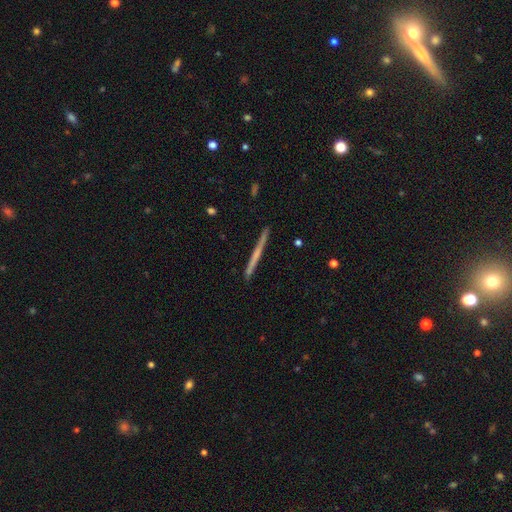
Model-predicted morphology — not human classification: smooth-or-featured: featured or disk: 54% | smooth: 41% | star or artifact: 5%
  disk-edge-on: yes: 98% | no: 2%
    edge-on-bulge: none: 83% | rounded: 12% | boxy: 4%
  merging: none: 92% | minor disturbance: 6% | major disturbance: 1% | merger: 1%